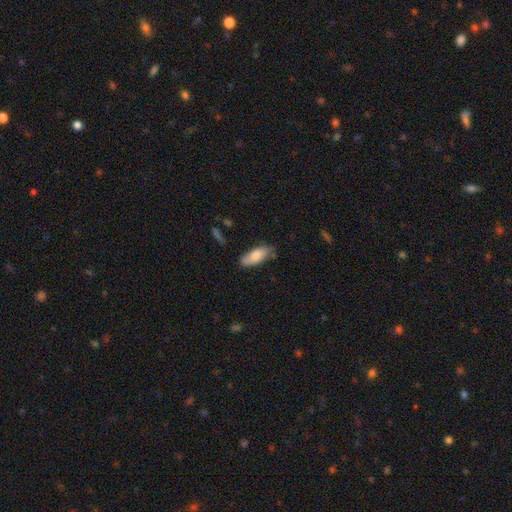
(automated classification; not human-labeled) Smooth or featured?
  - smooth: 78% *
  - featured or disk: 16%
  - star or artifact: 6%
How rounded?
  - in between: 80% *
  - cigar-shaped: 18%
  - round: 2%
Merging?
  - none: 71% *
  - minor disturbance: 23%
  - major disturbance: 4%
  - merger: 2%